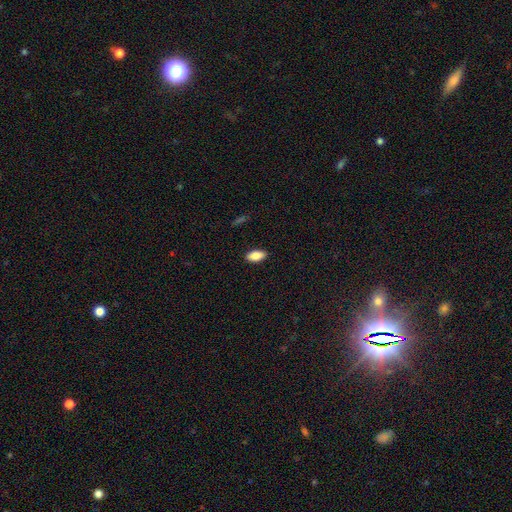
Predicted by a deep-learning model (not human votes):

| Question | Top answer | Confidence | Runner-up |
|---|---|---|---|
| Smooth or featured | smooth | 84% | featured or disk (9%) |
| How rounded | in between | 91% | cigar-shaped (6%) |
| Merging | none | 89% | minor disturbance (8%) |